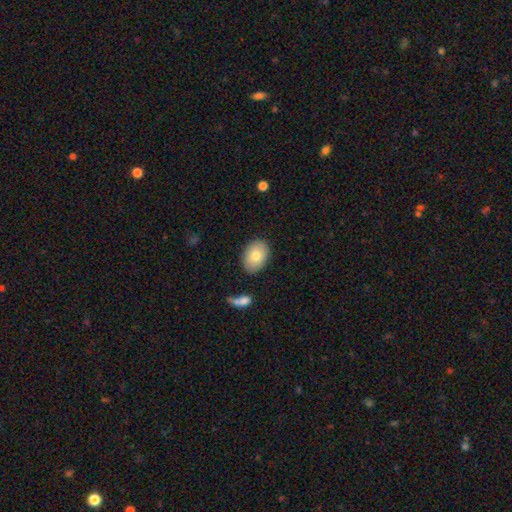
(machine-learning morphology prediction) The model was most divided on "how rounded": in between: 79%, round: 20%, cigar-shaped: 1%. More confident: merging — none (84%); smooth or featured — smooth (77%).